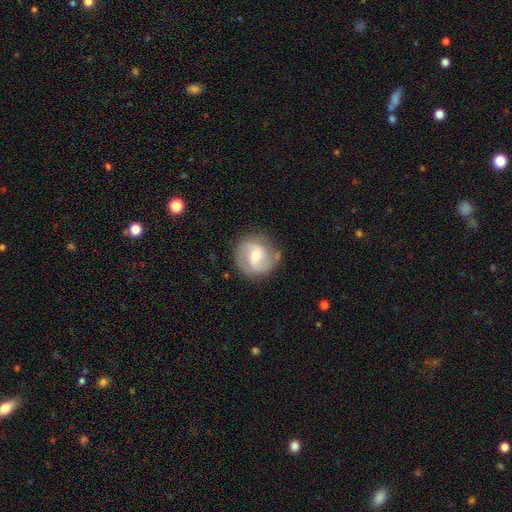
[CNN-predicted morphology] smooth_or_featured: featured or disk (p=0.68) [alt: smooth p=0.26]
disk_edge_on: no (p=0.97) [alt: yes p=0.03]
bar: weak (p=0.52) [alt: no p=0.28]
has_spiral_arms: yes (p=0.86) [alt: no p=0.14]
spiral_winding: medium (p=0.46) [alt: tight p=0.32]
spiral_arm_count: 2 (p=0.82) [alt: can't tell p=0.09]
bulge_size: moderate (p=0.63) [alt: small p=0.29]
merging: none (p=0.77) [alt: minor disturbance p=0.15]